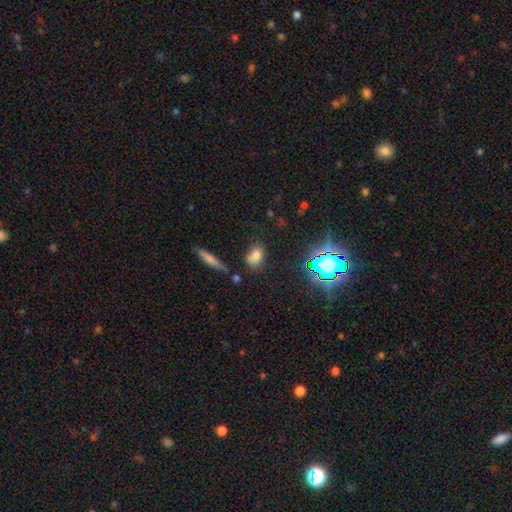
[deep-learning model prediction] Smooth or featured? smooth (70%)
How rounded? in between (72%)
Merging? none (64%)